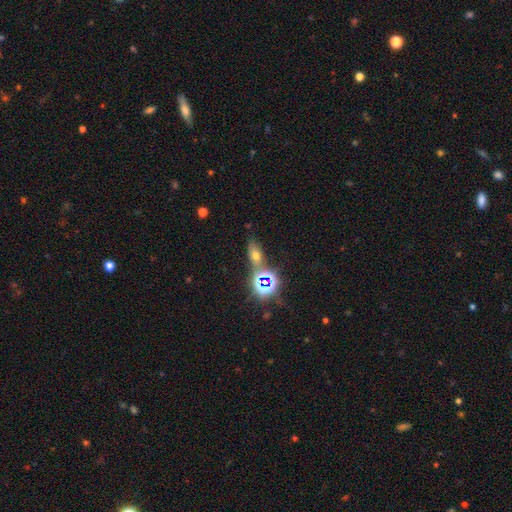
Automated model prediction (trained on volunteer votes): A smooth galaxy with no disk features (50%) that is in between round and cigar-shaped (76%).

Vote fractions:
- Smooth or featured? smooth: 50% / star or artifact: 34% / featured or disk: 15%
- How rounded? in between: 76% / round: 14% / cigar-shaped: 10%
- Merging? none: 69% / merger: 13% / minor disturbance: 13% / major disturbance: 5%